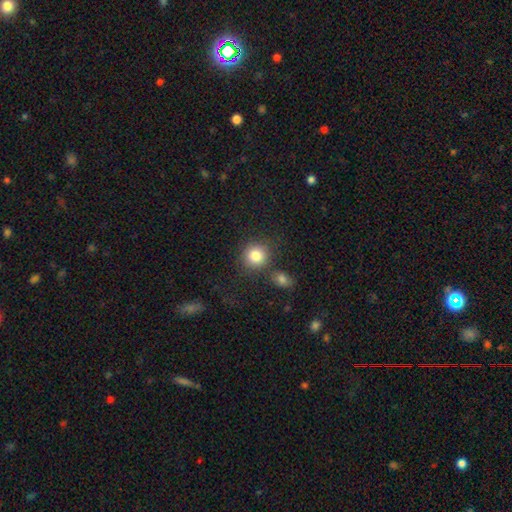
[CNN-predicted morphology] A smooth galaxy with no disk features (84%) that is round (86%).

Vote fractions:
- Smooth or featured? smooth: 84% / star or artifact: 9% / featured or disk: 7%
- How rounded? round: 86% / in between: 13% / cigar-shaped: 1%
- Merging? none: 75% / merger: 11% / minor disturbance: 10% / major disturbance: 4%